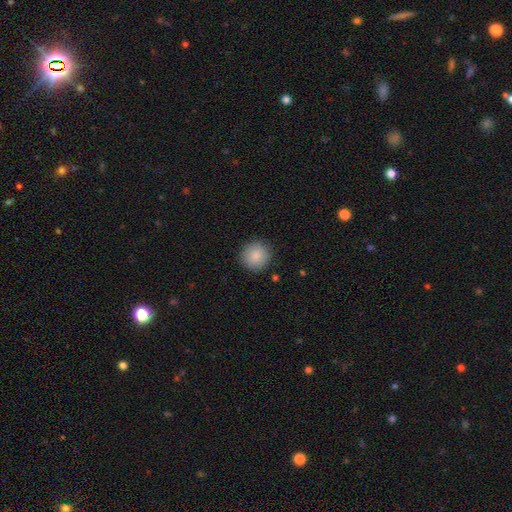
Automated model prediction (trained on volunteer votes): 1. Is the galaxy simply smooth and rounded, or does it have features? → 87% smooth, 8% star or artifact, 5% featured or disk.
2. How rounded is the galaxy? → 93% round, 6% in between, 1% cigar-shaped.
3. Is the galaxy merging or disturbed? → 90% none, 7% minor disturbance, 2% major disturbance, 1% merger.